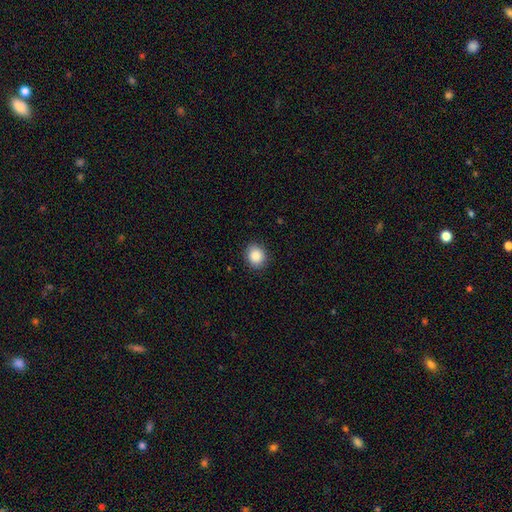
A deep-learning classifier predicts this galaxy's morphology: Smooth or featured? Predicted: smooth (p=0.89). How rounded? Predicted: round (p=0.77). Merging? Predicted: none (p=0.89).